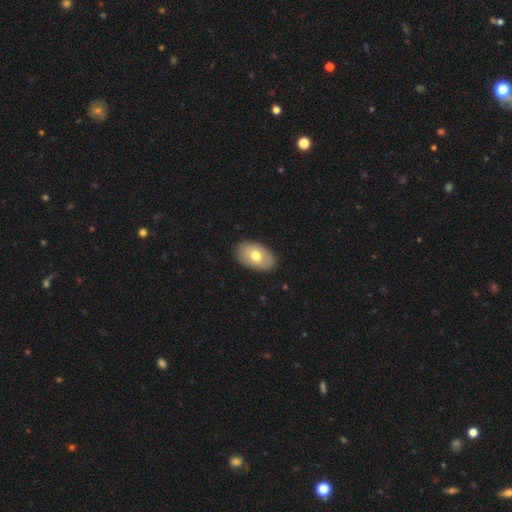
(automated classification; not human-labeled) smooth_or_featured: smooth (p=0.68) [alt: featured or disk p=0.26]
how_rounded: in between (p=0.91) [alt: round p=0.07]
merging: none (p=0.86) [alt: minor disturbance p=0.10]